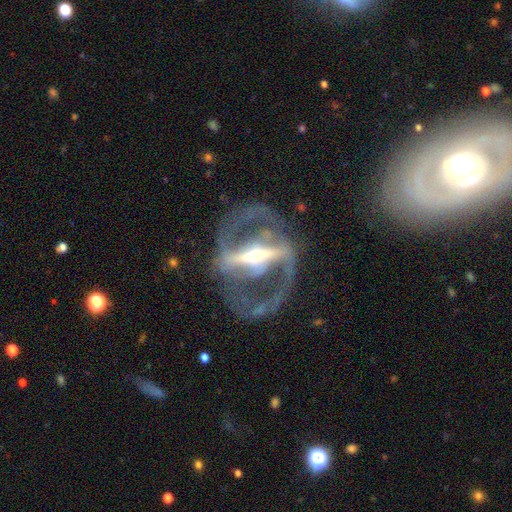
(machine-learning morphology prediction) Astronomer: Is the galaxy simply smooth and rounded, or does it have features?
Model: featured or disk — 91%.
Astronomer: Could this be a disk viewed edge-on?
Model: no — 86%.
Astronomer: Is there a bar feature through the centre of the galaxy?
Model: strong — 86%.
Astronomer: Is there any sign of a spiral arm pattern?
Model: yes — 88%.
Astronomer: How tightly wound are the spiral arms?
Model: medium — 52%.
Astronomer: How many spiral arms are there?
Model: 2 — 89%.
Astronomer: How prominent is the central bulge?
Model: moderate — 55% (runner-up: small, 36%).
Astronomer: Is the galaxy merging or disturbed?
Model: none — 65%.